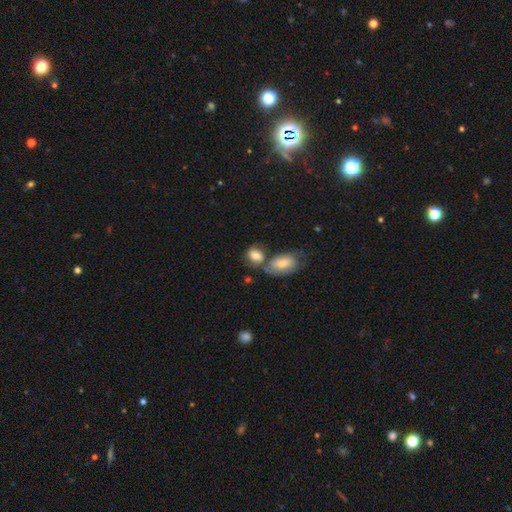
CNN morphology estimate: smooth-or-featured: smooth: 78% | featured or disk: 15% | star or artifact: 8%
  how-rounded: in between: 69% | round: 29% | cigar-shaped: 2%
  merging: none: 39% (tied) | merger: 39% (tied) | minor disturbance: 15% | major disturbance: 6%